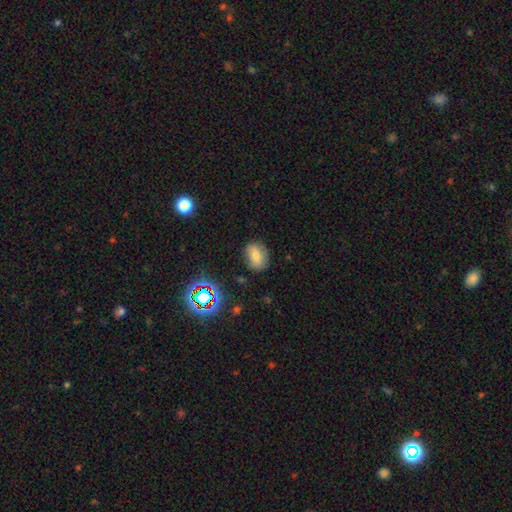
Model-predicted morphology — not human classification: Smooth or featured: smooth — 68% (featured or disk — 17%)
How rounded: in between — 72% (round — 26%)
Merging: none — 77% (minor disturbance — 17%)